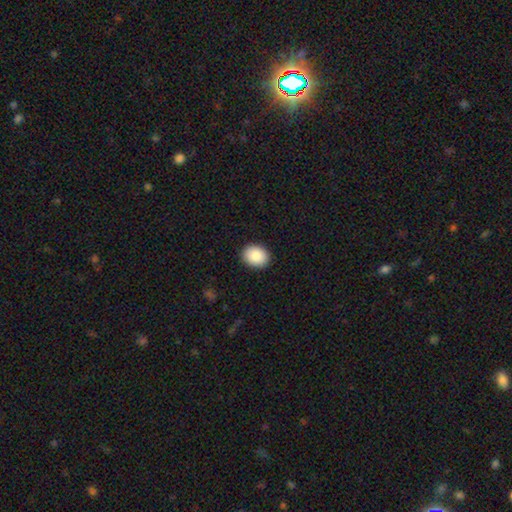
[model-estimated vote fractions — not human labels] Morphology: type=smooth (89%); roundness=in between (58%); merging=none (91%).